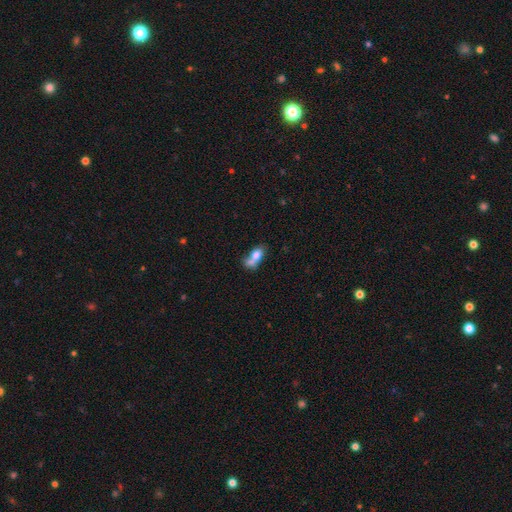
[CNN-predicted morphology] type=smooth (73%); roundness=in between (75%); merging=merger (61%).